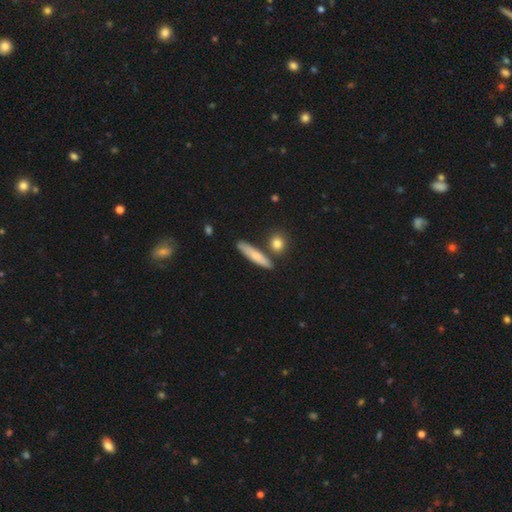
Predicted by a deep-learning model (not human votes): Overall: smooth (71%). How rounded: cigar-shaped (83%). Merging: none (79%).